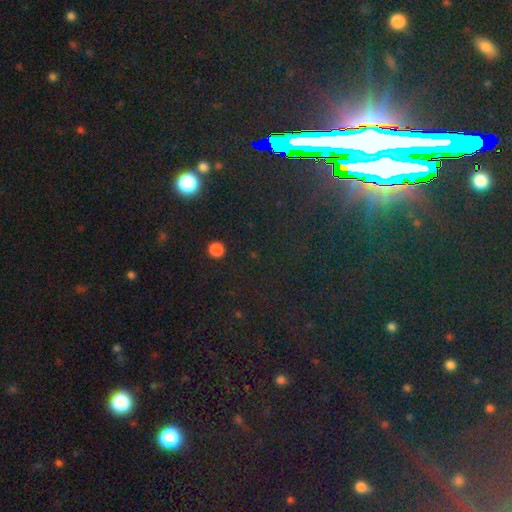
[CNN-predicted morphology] This is likely a star or artifact rather than a galaxy (80%).